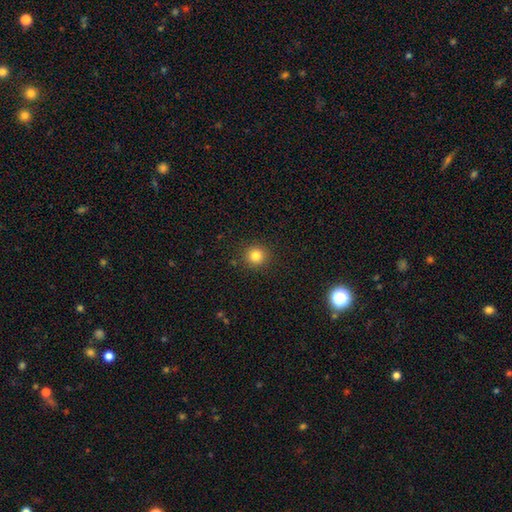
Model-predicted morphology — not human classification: Overall: smooth (82%). How rounded: round (93%). Merging: none (91%).